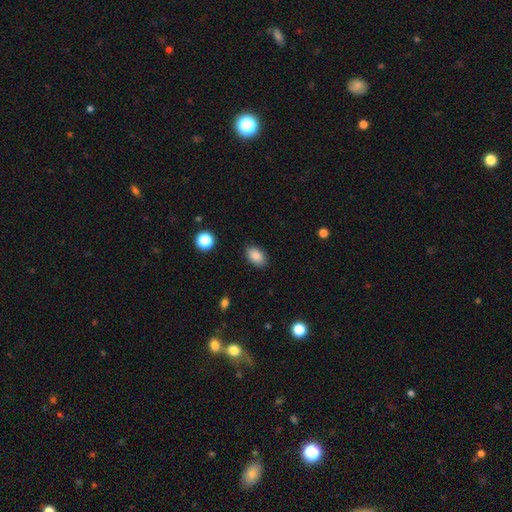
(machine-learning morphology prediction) A smooth galaxy with no disk features (86%) that is in between round and cigar-shaped (90%). Merging: none (87%).